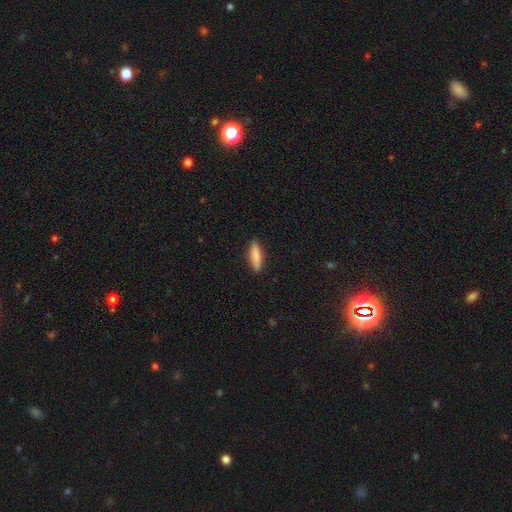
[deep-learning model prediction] smooth 84%, featured or disk 10%, star or artifact 6%. Down the decision tree: how rounded — cigar-shaped (67%); merging — none (89%).